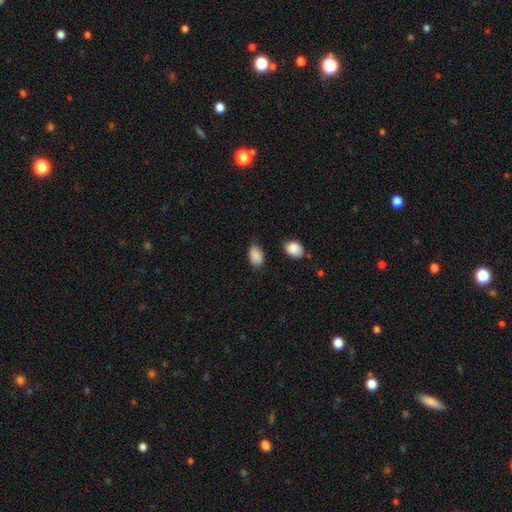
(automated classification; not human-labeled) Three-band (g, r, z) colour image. It shows a smooth galaxy with no disk features (88%) that is in between round and cigar-shaped (89%). Merging: none (71%).